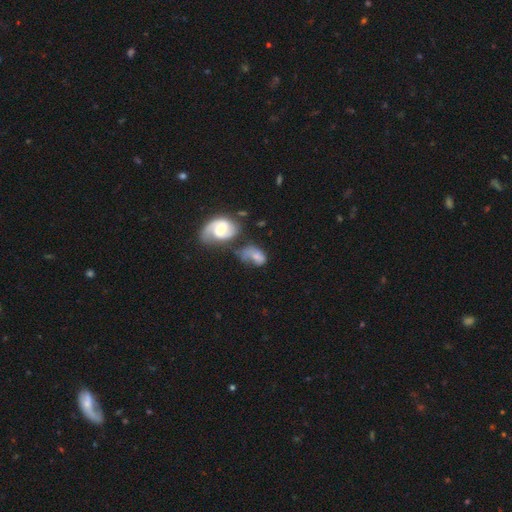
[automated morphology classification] Smooth or featured: smooth — 52% (featured or disk — 38%)
How rounded: in between — 81% (round — 17%)
Merging: merger — 36% (none — 23%)